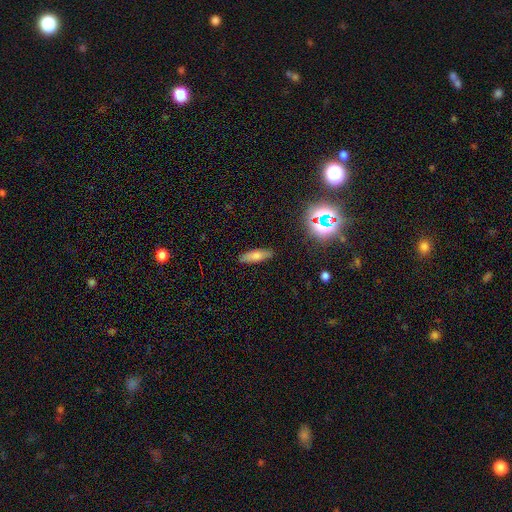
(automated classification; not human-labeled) Smooth or featured?
  - smooth: 70% *
  - featured or disk: 19%
  - star or artifact: 11%
How rounded?
  - cigar-shaped: 52% *
  - in between: 45%
  - round: 3%
Merging?
  - none: 86% *
  - minor disturbance: 10%
  - major disturbance: 2%
  - merger: 1%